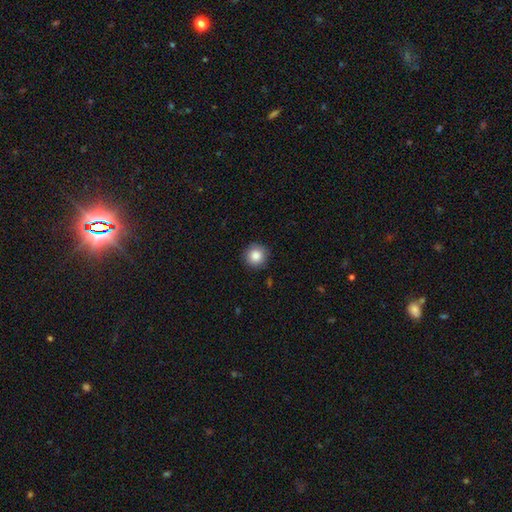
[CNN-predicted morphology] This appears to be a smooth galaxy with no disk features (85%) that is round (94%). Merging: none (88%).